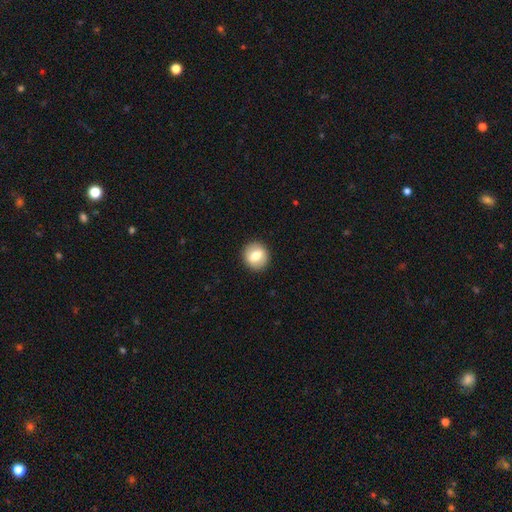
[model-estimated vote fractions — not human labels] Morphology: type=smooth (69%); roundness=round (86%); merging=none (91%).